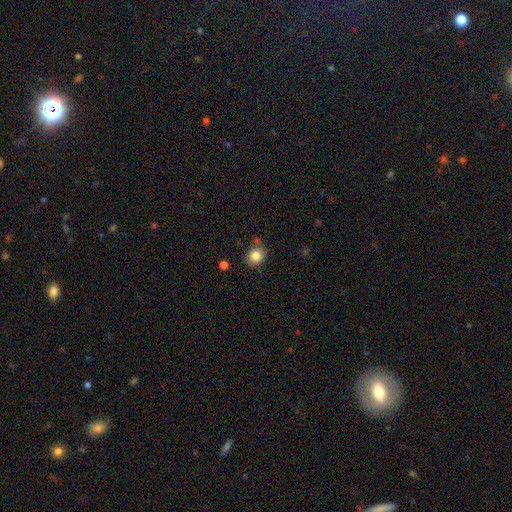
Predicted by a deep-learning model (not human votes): This is clearly a smooth galaxy (84%). How rounded: likely round (71%). Merging: likely none (79%).